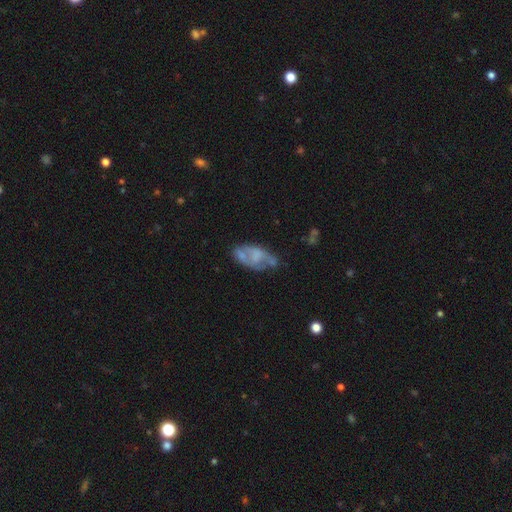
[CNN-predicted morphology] The model was most divided on "merging": none: 42%, minor disturbance: 27%, major disturbance: 18%, merger: 12%. More confident: edge-on disk — no (94%); bar — no (80%); spiral arms — no (72%); bulge size — none (57%); smooth or featured — featured or disk (55%).